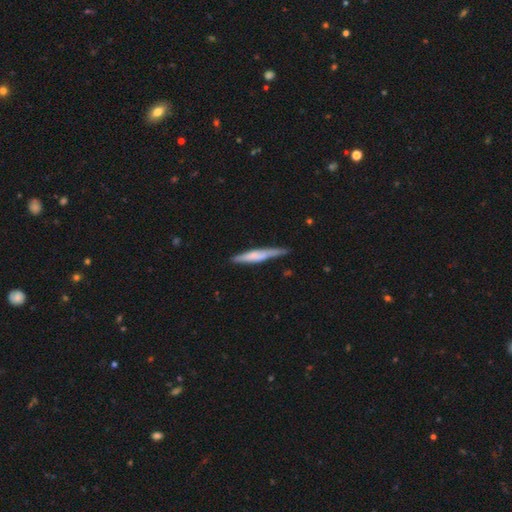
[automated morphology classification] smooth 48%, featured or disk 46%, star or artifact 6%. Down the decision tree: merging — none (74%).